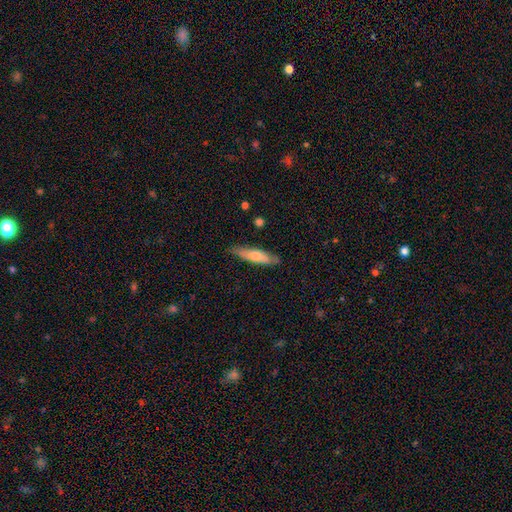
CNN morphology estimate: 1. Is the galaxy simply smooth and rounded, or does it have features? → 67% smooth, 28% featured or disk, 6% star or artifact.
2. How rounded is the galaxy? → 77% cigar-shaped, 22% in between, 2% round.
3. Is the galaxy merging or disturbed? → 81% none, 15% minor disturbance, 3% major disturbance, 2% merger.